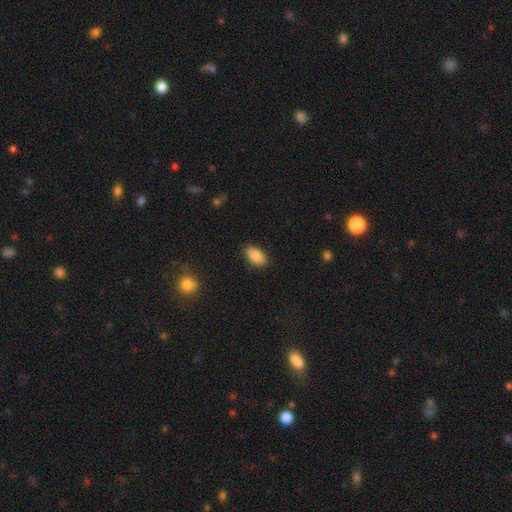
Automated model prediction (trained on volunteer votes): Smooth or featured? Predicted: smooth (p=0.86). How rounded? Predicted: in between (p=0.93). Merging? Predicted: none (p=0.85).